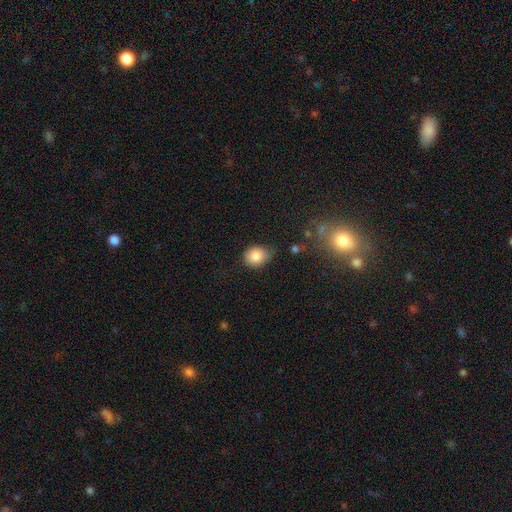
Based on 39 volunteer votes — This appears to be a smooth galaxy with no disk features (95%) that is round (73%). Merging: none (51%).